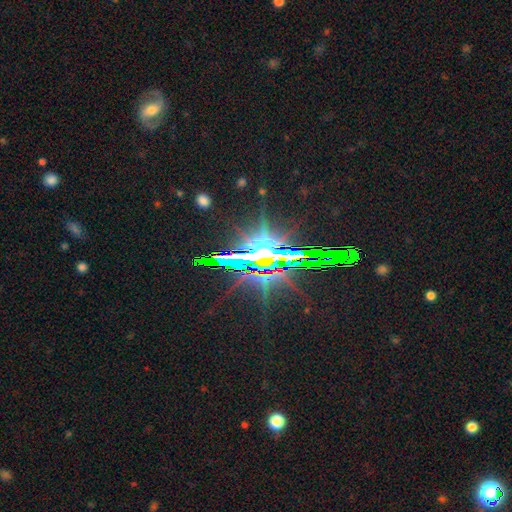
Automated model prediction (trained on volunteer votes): The model was most divided on "smooth or featured": star or artifact: 77%, featured or disk: 16%, smooth: 8%.